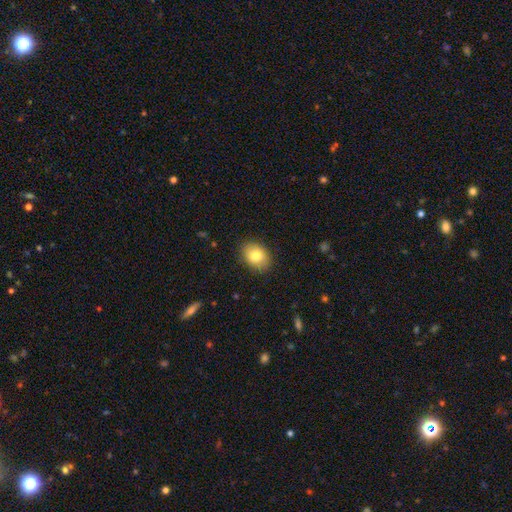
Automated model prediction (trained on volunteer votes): The model was most divided on "how rounded": in between: 66%, round: 33%, cigar-shaped: 1%. More confident: merging — none (87%); smooth or featured — smooth (81%).